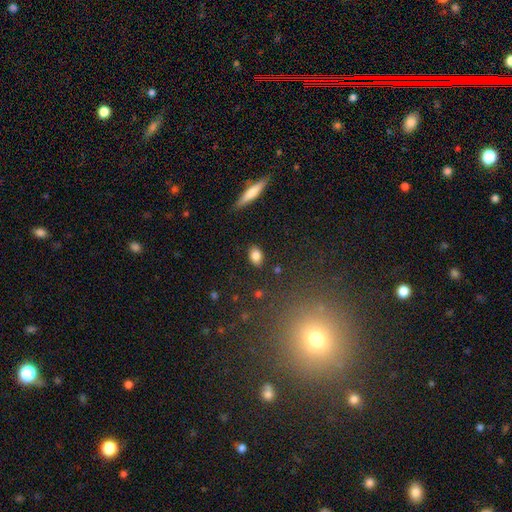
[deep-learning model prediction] smooth_or_featured: smooth (p=0.84) [alt: star or artifact p=0.08]
how_rounded: in between (p=0.80) [alt: round p=0.17]
merging: none (p=0.85) [alt: minor disturbance p=0.10]